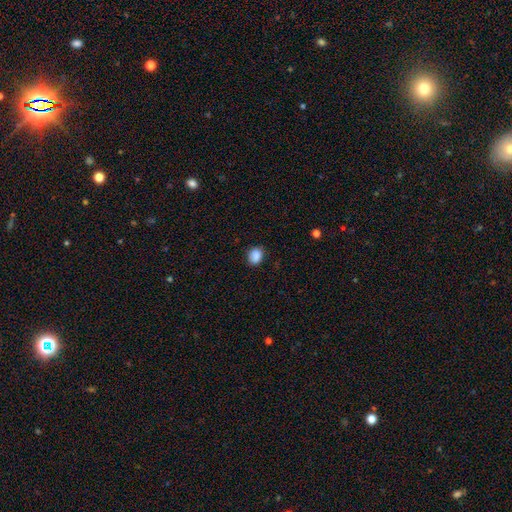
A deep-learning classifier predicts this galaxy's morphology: A smooth galaxy with no disk features (87%) that is in between round and cigar-shaped (50%).

Vote fractions:
- Smooth or featured? smooth: 87% / star or artifact: 9% / featured or disk: 4%
- How rounded? in between: 50% / round: 49% / cigar-shaped: 1%
- Merging? none: 82% / minor disturbance: 14% / major disturbance: 3% / merger: 1%